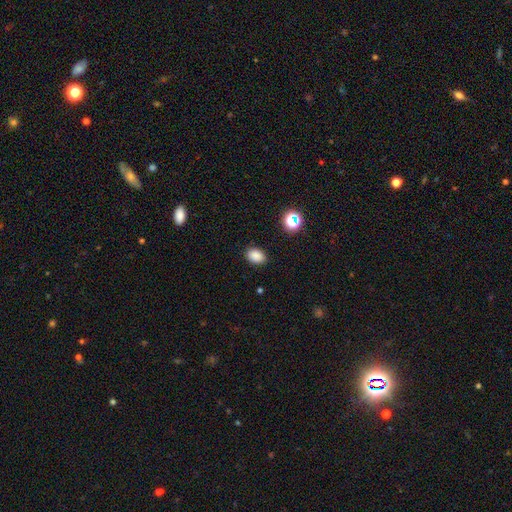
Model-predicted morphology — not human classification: Overall: smooth (85%). How rounded: in between (75%). Merging: none (88%).